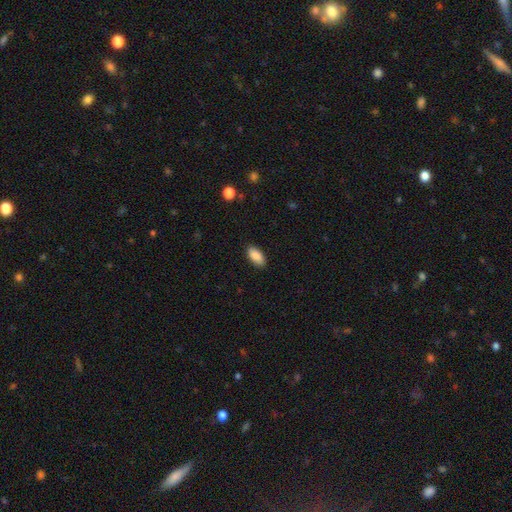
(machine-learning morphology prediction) Smooth or featured? smooth (89%)
How rounded? in between (92%)
Merging? none (88%)